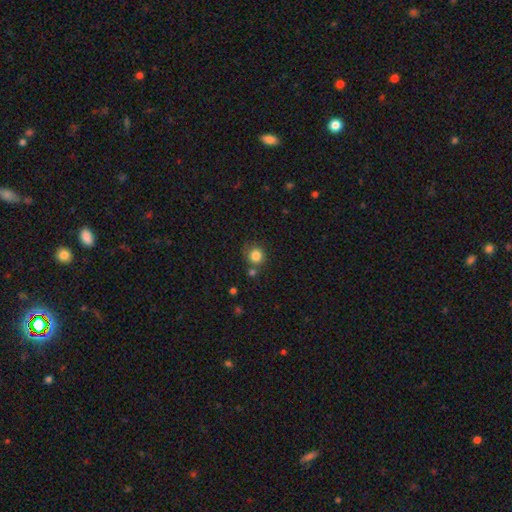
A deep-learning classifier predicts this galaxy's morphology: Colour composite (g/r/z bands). It shows a smooth galaxy with no disk features (83%) that is round (87%). Merging: none (67%).